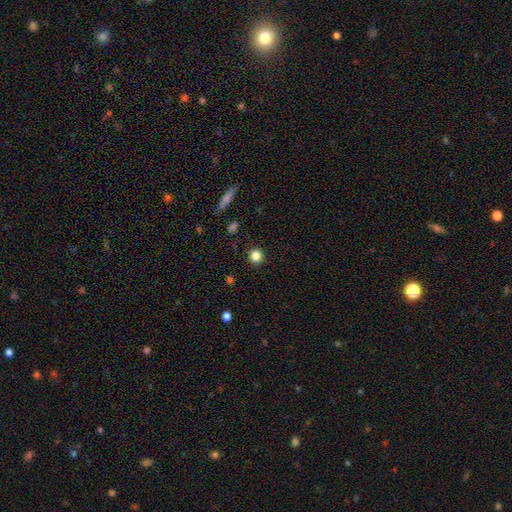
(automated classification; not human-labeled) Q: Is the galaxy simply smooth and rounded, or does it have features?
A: smooth — 83%.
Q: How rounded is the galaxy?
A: round — 93%.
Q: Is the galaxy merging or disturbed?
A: none — 91%.